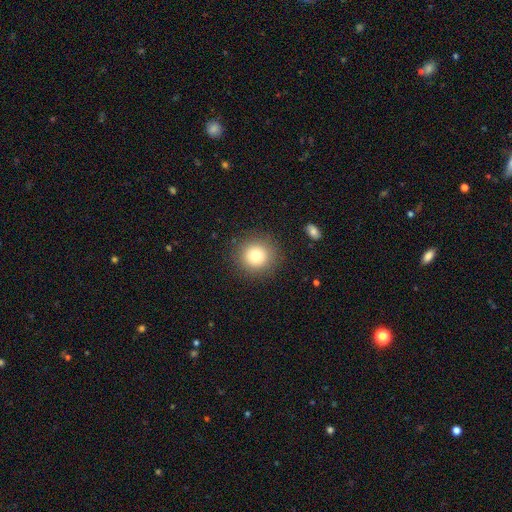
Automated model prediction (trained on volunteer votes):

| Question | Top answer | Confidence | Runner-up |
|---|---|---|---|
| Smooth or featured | smooth | 77% | star or artifact (12%) |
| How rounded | round | 94% | in between (5%) |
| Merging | none | 89% | minor disturbance (7%) |